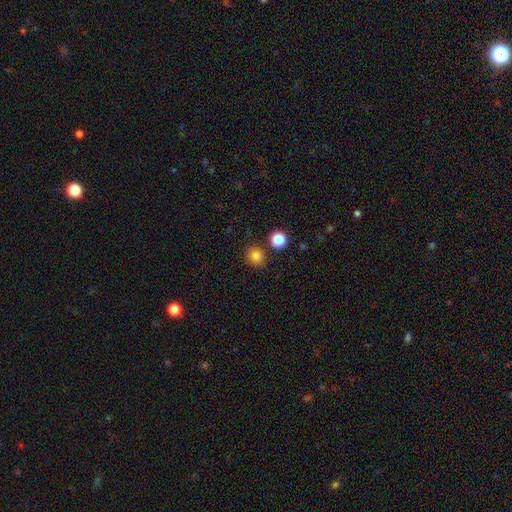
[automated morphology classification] This is clearly a smooth galaxy (82%). How rounded: clearly round (87%). Merging: clearly none (85%).